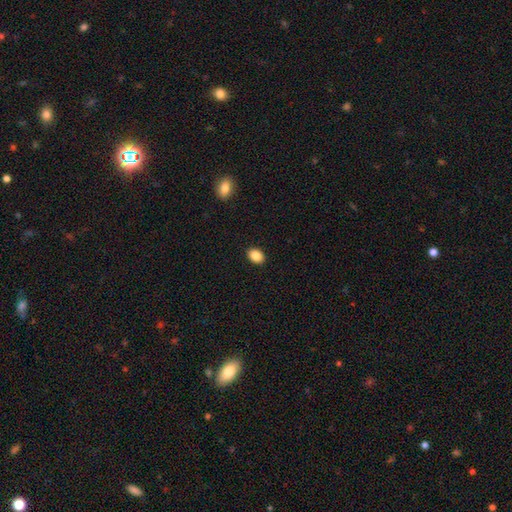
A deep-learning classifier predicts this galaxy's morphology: This appears to be a smooth galaxy with no disk features (87%) that is in between round and cigar-shaped (77%). Merging: none (91%).